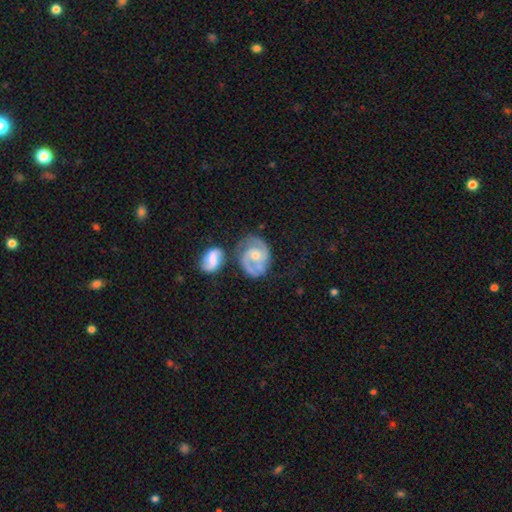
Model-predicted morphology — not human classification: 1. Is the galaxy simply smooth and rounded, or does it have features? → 85% featured or disk, 9% smooth, 5% star or artifact.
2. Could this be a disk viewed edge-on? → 98% no, 2% yes.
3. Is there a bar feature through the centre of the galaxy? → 57% no, 34% weak, 9% strong.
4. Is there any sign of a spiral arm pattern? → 95% yes, 5% no.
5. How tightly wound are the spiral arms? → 46% medium, 43% tight, 11% loose.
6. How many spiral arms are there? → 85% 2, 6% can't tell, 3% 3, 3% 1, 1% 4, 1% more than 4.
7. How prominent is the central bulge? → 62% moderate, 33% small, 3% large, 2% none, 1% dominant.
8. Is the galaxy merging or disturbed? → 55% none, 20% minor disturbance, 16% merger, 9% major disturbance.